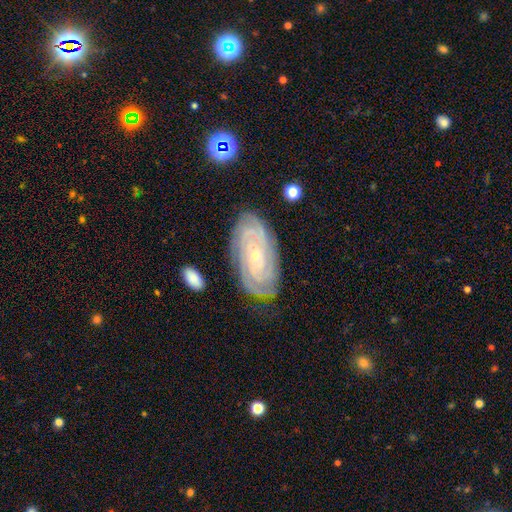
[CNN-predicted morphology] featured or disk 86%, smooth 8%, star or artifact 6%. Down the decision tree: edge-on disk — no (96%); bar — no (70%); spiral arms — yes (97%); spiral arm count — can't tell (28%); spiral winding — tight (82%); bulge size — small (79%); merging — none (79%).